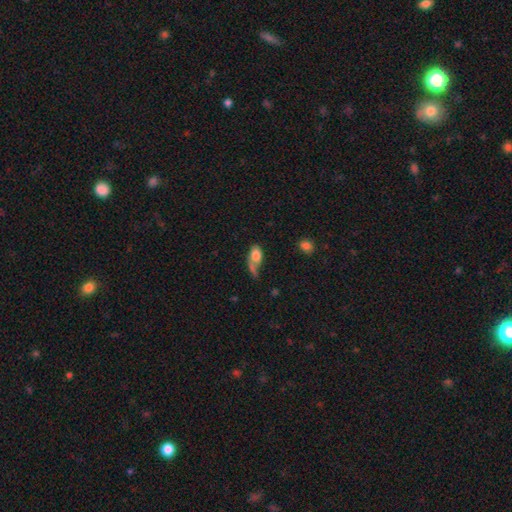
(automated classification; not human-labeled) smooth_or_featured: smooth (p=0.73) [alt: featured or disk p=0.18]
how_rounded: in between (p=0.81) [alt: round p=0.12]
merging: none (p=0.29) [alt: major disturbance p=0.27]